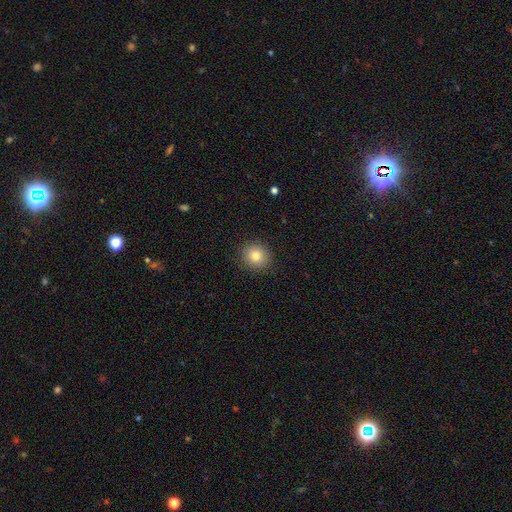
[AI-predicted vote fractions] This is clearly a smooth galaxy (81%). How rounded: clearly round (87%). Merging: clearly none (90%).